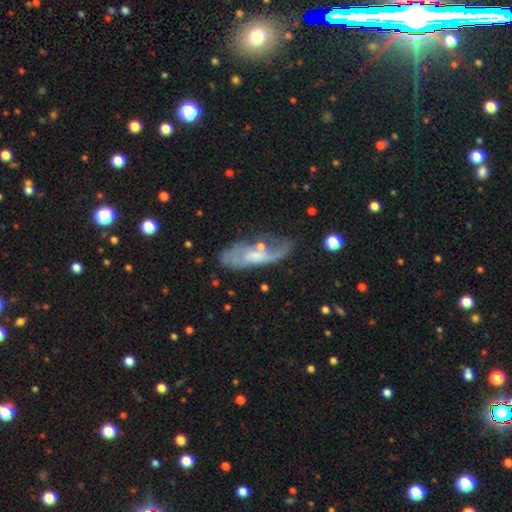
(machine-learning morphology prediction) featured or disk 60%, smooth 31%, star or artifact 9%. Down the decision tree: edge-on disk — no (82%); merging — none (48%).